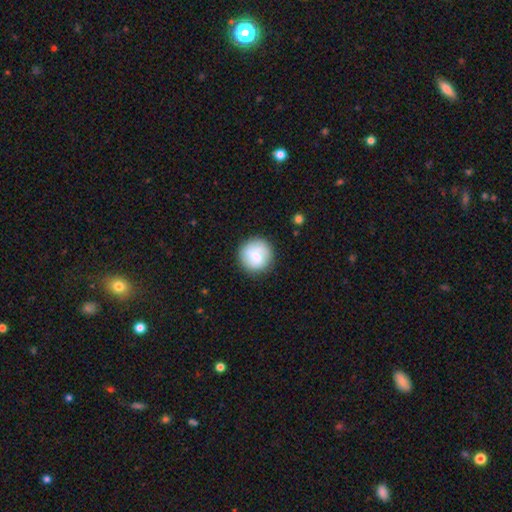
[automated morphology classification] type=smooth (65%); roundness=round (93%); merging=none (81%).